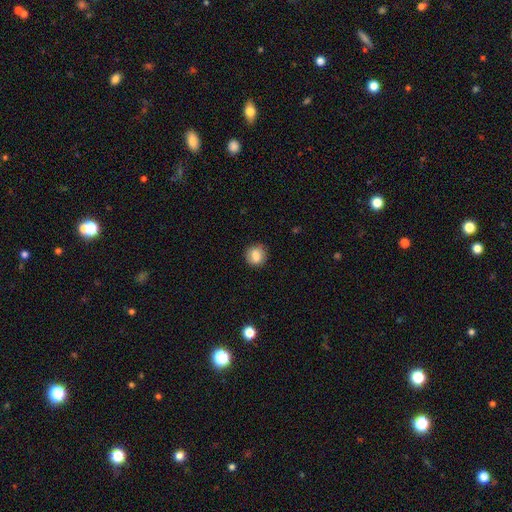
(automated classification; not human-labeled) This appears to be a smooth galaxy with no disk features (82%) that is round (82%). Merging: none (86%).